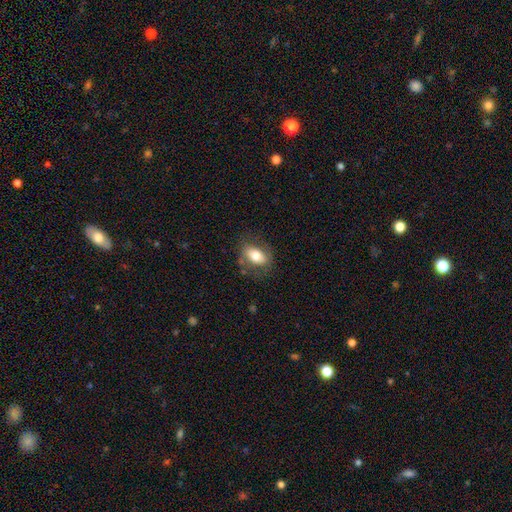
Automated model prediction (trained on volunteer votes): The model was most divided on "smooth or featured": smooth: 70%, featured or disk: 22%, star or artifact: 7%. More confident: how rounded — in between (86%); merging — none (75%).